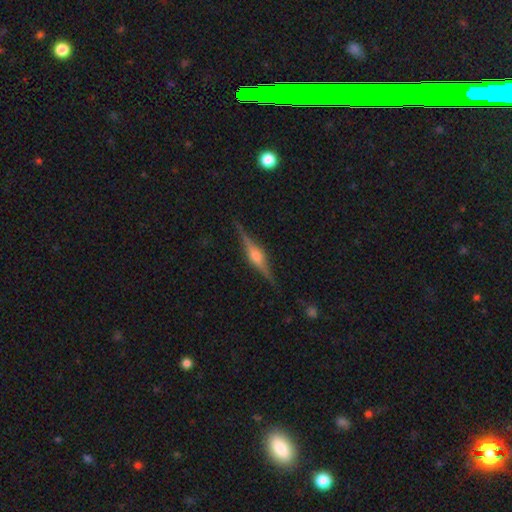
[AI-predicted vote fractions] This appears to be a featured or disk galaxy (83%) viewed edge-on (98%) with a rounded central bulge (88%). Merging: none (89%).